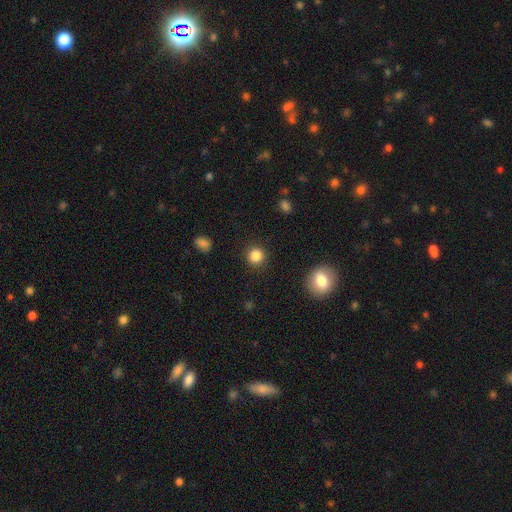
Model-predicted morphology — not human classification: Smooth or featured: smooth — 85% (star or artifact — 11%)
How rounded: round — 93% (in between — 6%)
Merging: none — 90% (minor disturbance — 6%)